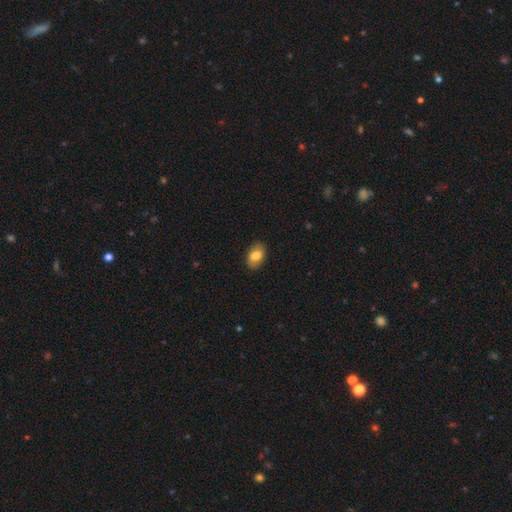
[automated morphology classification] Smooth or featured: smooth — 78% (featured or disk — 15%)
How rounded: in between — 87% (round — 12%)
Merging: none — 85% (minor disturbance — 11%)